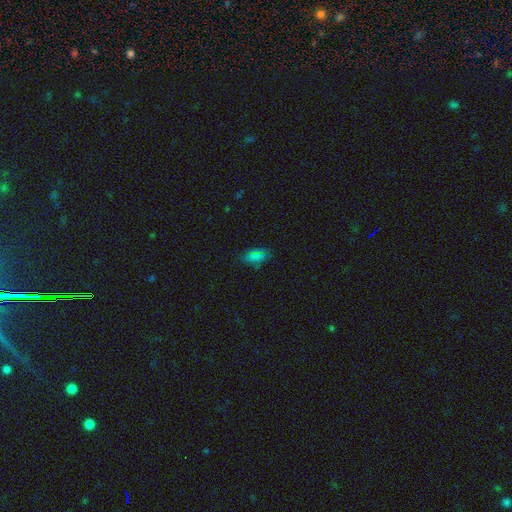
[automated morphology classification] Smooth or featured: smooth — 74% (star or artifact — 18%)
How rounded: in between — 84% (cigar-shaped — 12%)
Merging: none — 77% (minor disturbance — 17%)